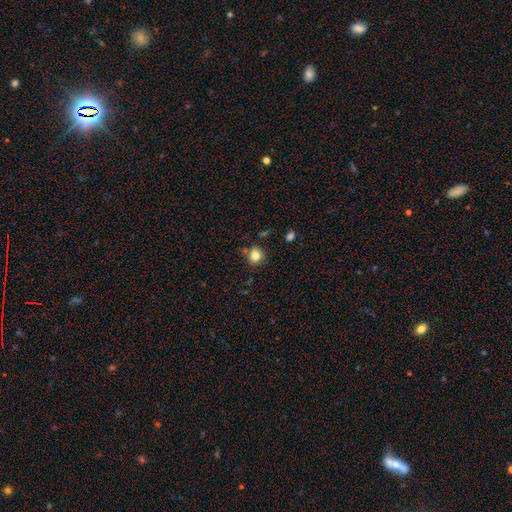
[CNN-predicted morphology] smooth 82%, star or artifact 11%, featured or disk 7%. Down the decision tree: how rounded — round (86%); merging — none (80%).